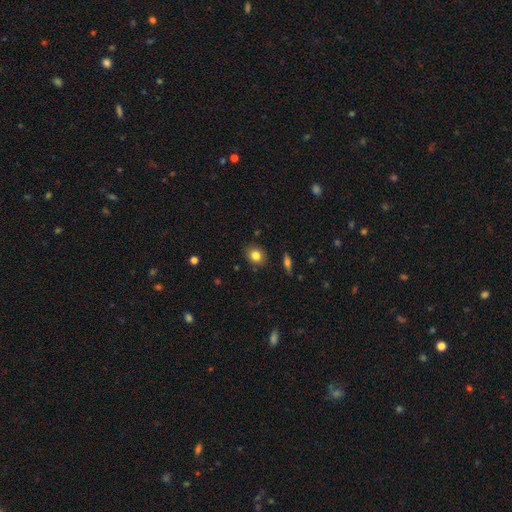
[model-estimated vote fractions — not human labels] Overall: smooth (81%). How rounded: round (66%; in between 33%). Merging: none (86%).